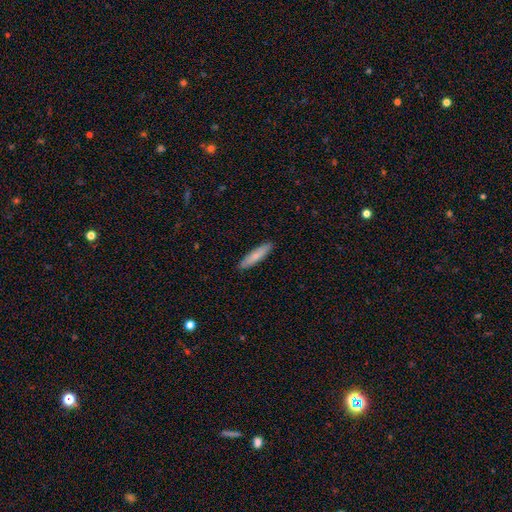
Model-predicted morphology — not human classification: This is clearly a smooth galaxy (80%). How rounded: clearly cigar-shaped (82%). Merging: clearly none (90%).